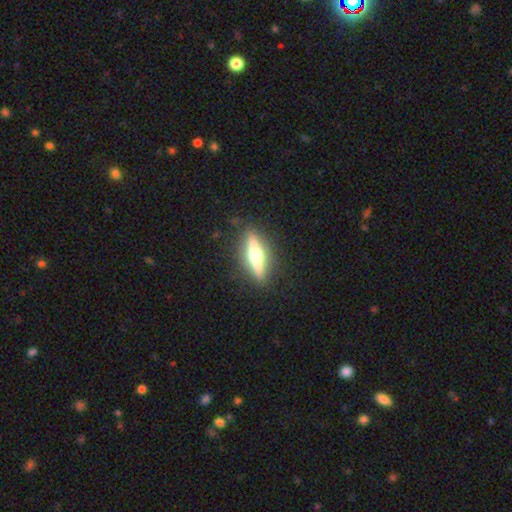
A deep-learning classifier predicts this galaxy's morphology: Q: Smooth or featured?
A: featured or disk (67%); runner-up: smooth (27%)
Q: Edge-on disk?
A: yes (93%); runner-up: no (7%)
Q: Edge-on bulge?
A: rounded (95%); runner-up: boxy (3%)
Q: Merging?
A: none (88%); runner-up: minor disturbance (8%)